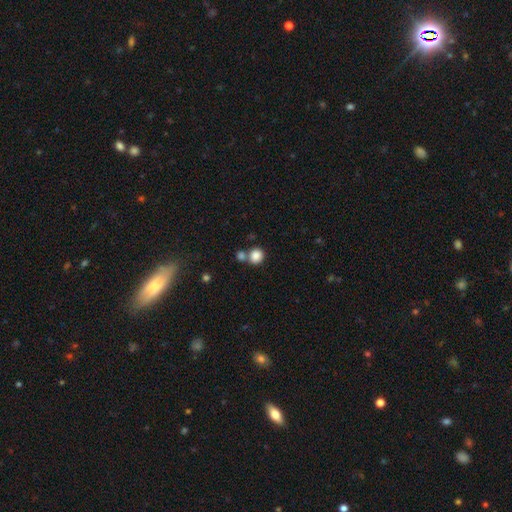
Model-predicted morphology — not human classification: Q: Smooth or featured?
A: smooth (85%); runner-up: star or artifact (10%)
Q: How rounded?
A: round (83%); runner-up: in between (16%)
Q: Merging?
A: none (57%); runner-up: merger (32%)